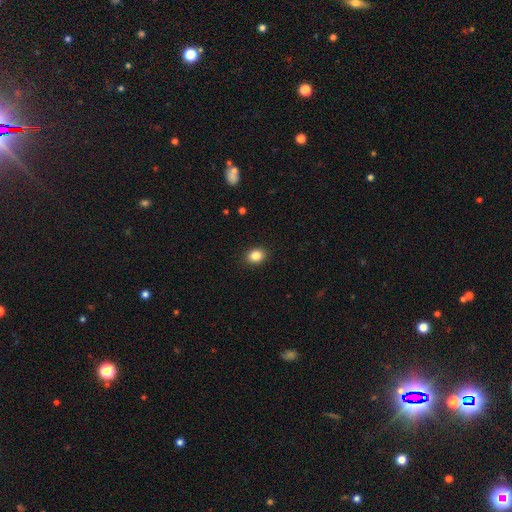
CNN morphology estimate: smooth_or_featured: smooth (p=0.85) [alt: star or artifact p=0.10]
how_rounded: in between (p=0.52) [alt: round p=0.47]
merging: none (p=0.90) [alt: minor disturbance p=0.07]